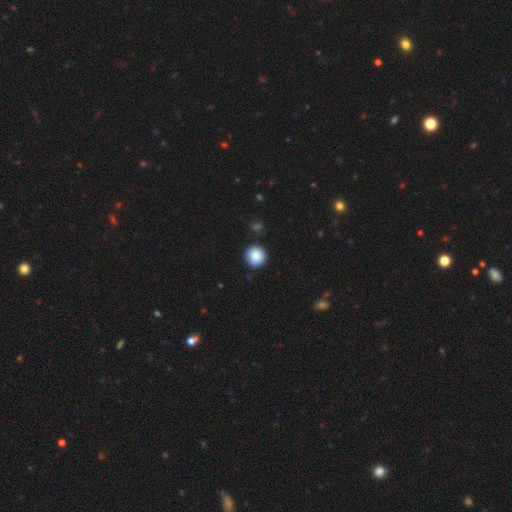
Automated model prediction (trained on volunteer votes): Morphology: type=smooth (88%); roundness=round (94%); merging=none (89%).